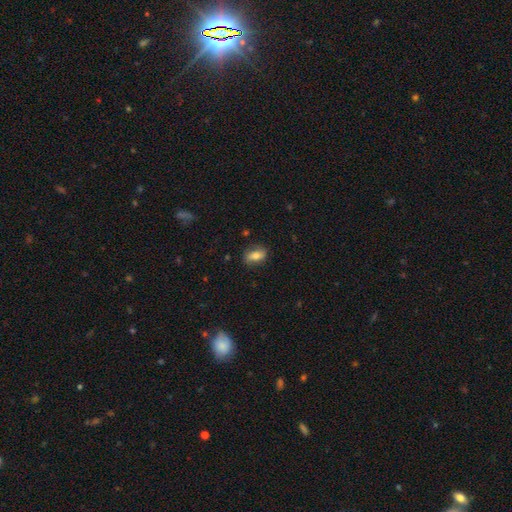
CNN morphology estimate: smooth 66%, featured or disk 26%, star or artifact 8%. Down the decision tree: how rounded — in between (79%); merging — none (81%).